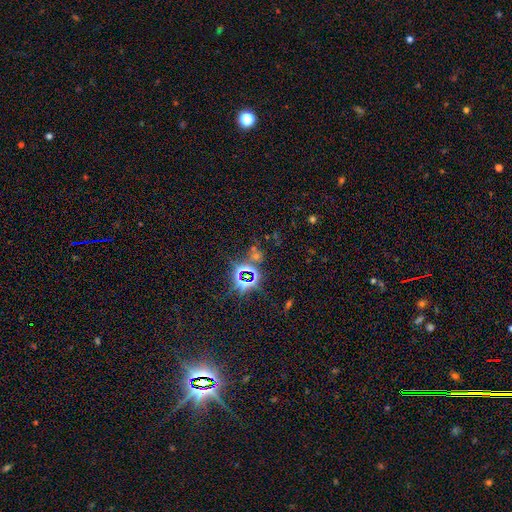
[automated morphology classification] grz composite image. It shows a star or artifact, not a galaxy (77%).